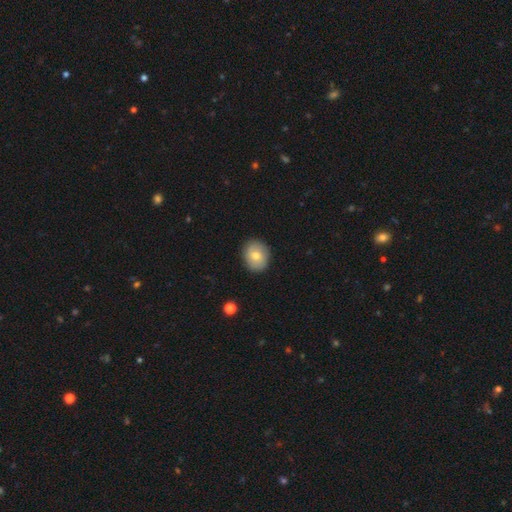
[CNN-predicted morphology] type=smooth (74%); roundness=round (63%); merging=none (89%).